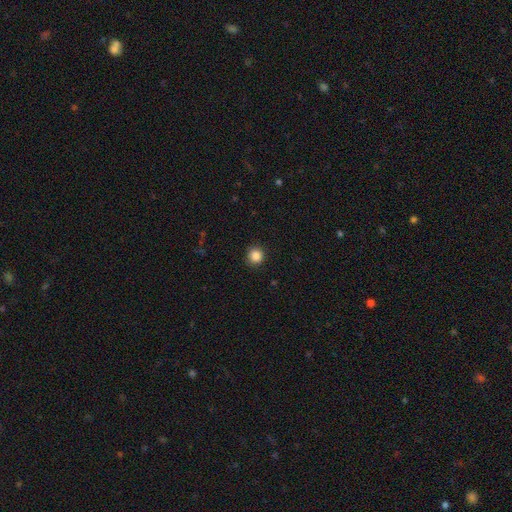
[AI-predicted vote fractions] This appears to be a smooth galaxy with no disk features (86%) that is round (94%). Merging: none (91%).